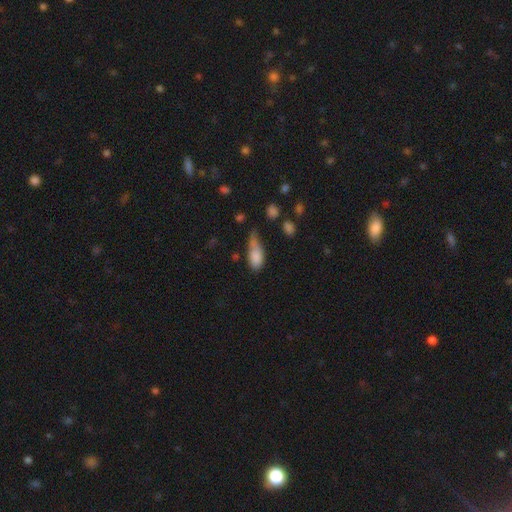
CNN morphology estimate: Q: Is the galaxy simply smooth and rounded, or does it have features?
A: smooth — 80%.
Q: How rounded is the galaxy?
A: in between — 79%.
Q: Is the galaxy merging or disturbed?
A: minor disturbance — 42%.